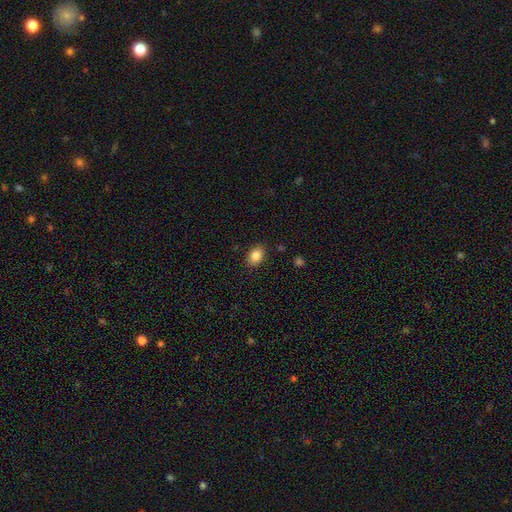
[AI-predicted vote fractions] Smooth or featured? smooth (85%)
How rounded? in between (78%)
Merging? none (87%)